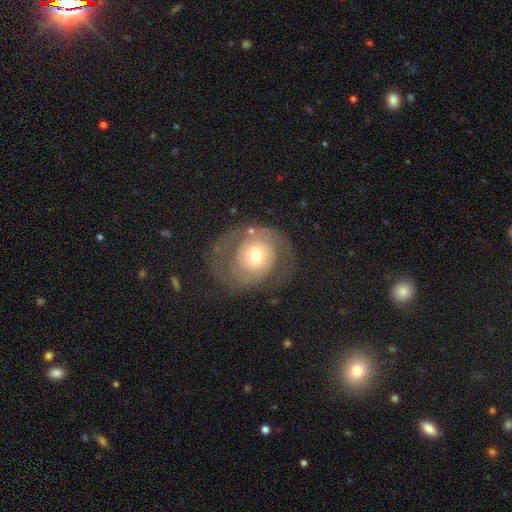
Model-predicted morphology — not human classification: smooth-or-featured: featured or disk: 82% | smooth: 13% | star or artifact: 6%
  disk-edge-on: no: 98% | yes: 2%
    bar: no: 74% | weak: 21% | strong: 5%
    has-spiral-arms: yes: 91% | no: 9%
      spiral-winding: tight: 51% | medium: 37% | loose: 12%
      spiral-arm-count: 2: 85% | can't tell: 7% | 1: 3% | 3: 2% | 4: 1% | more than 4: 1%
    bulge-size: moderate: 65% | small: 21% | large: 11% | dominant: 2% | none: 1%
  merging: none: 72% | minor disturbance: 15% | major disturbance: 11% | merger: 2%